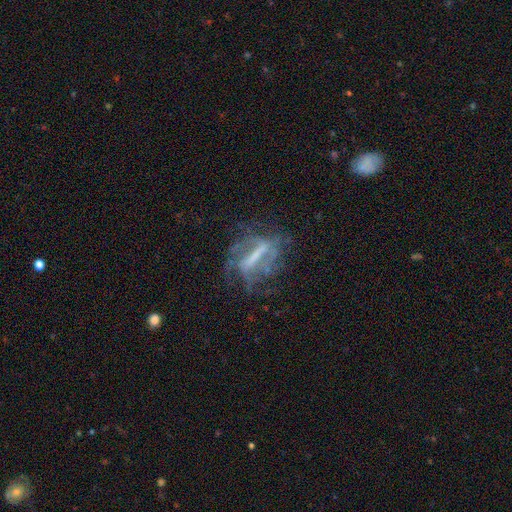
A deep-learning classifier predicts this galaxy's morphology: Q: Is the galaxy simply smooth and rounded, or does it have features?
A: featured or disk — 72%.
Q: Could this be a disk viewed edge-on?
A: no — 83%.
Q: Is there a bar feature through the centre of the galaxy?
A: strong — 64%.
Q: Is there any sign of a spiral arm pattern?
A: yes — 60%.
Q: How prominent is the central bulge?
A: none — 43%.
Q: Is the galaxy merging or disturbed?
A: none — 50%.